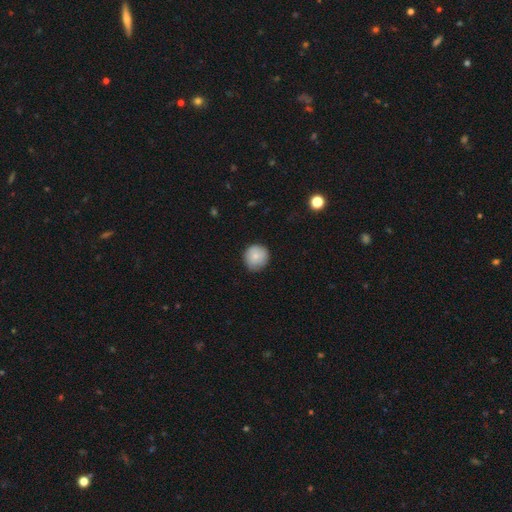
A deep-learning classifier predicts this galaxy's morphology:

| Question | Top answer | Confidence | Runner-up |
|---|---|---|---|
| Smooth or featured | smooth | 82% | featured or disk (11%) |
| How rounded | round | 92% | in between (7%) |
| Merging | none | 80% | minor disturbance (16%) |